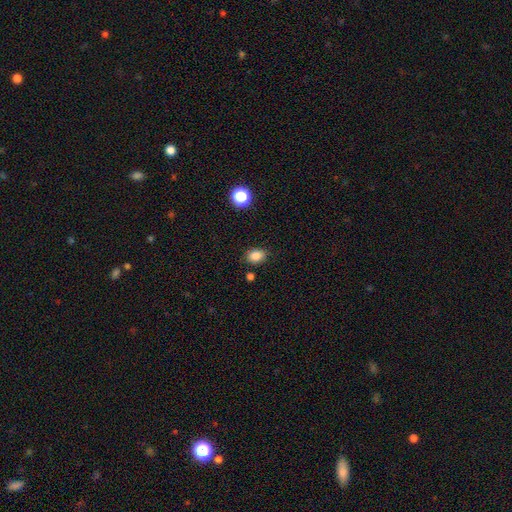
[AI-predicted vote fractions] The model was most divided on "how rounded": in between: 65%, round: 34%, cigar-shaped: 1%. More confident: smooth or featured — smooth (84%); merging — none (83%).